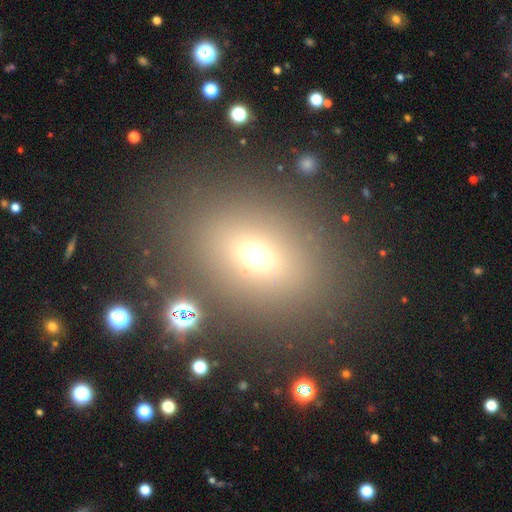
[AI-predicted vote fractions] smooth-or-featured: smooth: 63% | star or artifact: 24% | featured or disk: 12%
  how-rounded: in between: 58% | round: 39% | cigar-shaped: 3%
  merging: none: 82% | minor disturbance: 9% | major disturbance: 5% | merger: 4%